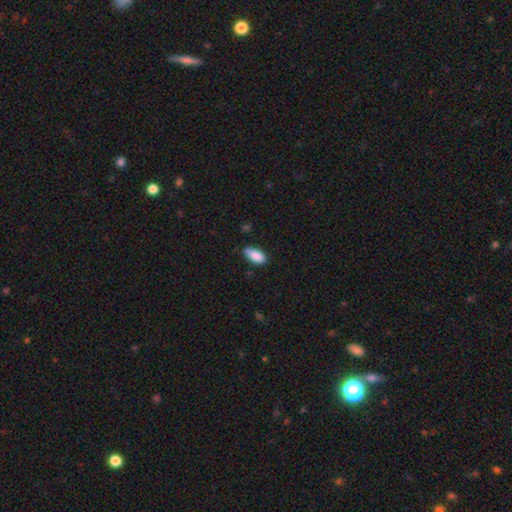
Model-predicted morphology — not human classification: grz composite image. It shows a smooth galaxy with no disk features (88%) that is in between round and cigar-shaped (91%). Merging: none (70%).